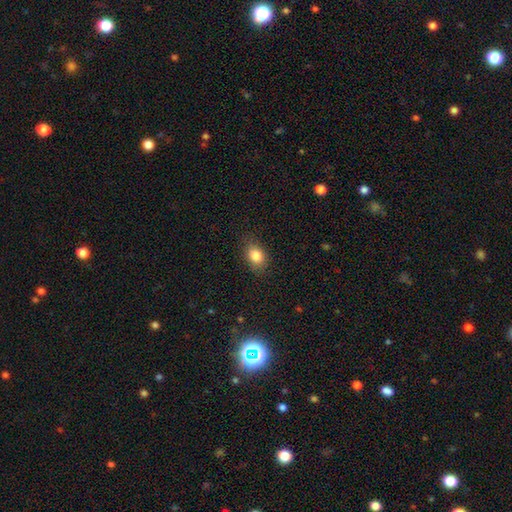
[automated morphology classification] Smooth or featured: smooth — 84% (star or artifact — 9%)
How rounded: in between — 73% (round — 26%)
Merging: none — 82% (minor disturbance — 14%)